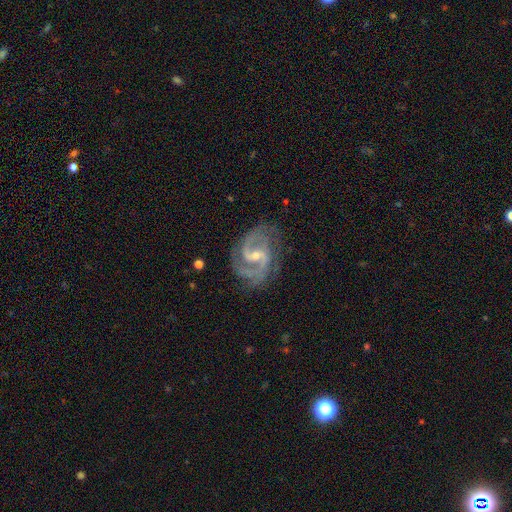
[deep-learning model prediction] A featured or disk galaxy (92%) with a weak bar (53%), 2 (78%) medium (60%) spiral arms (98%) and a small central bulge (61%). Merging: none (73%).